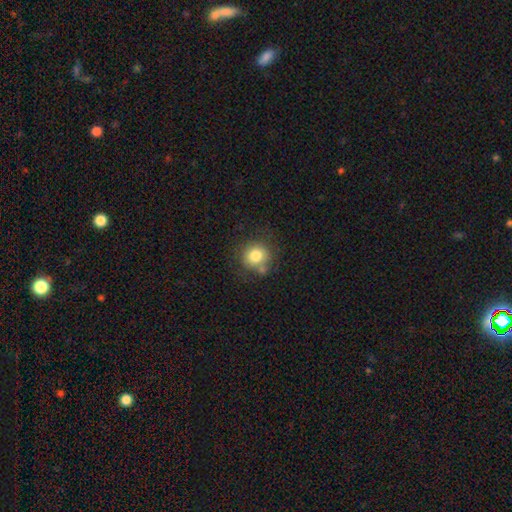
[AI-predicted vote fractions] Smooth or featured? smooth (81%)
How rounded? round (87%)
Merging? none (70%)